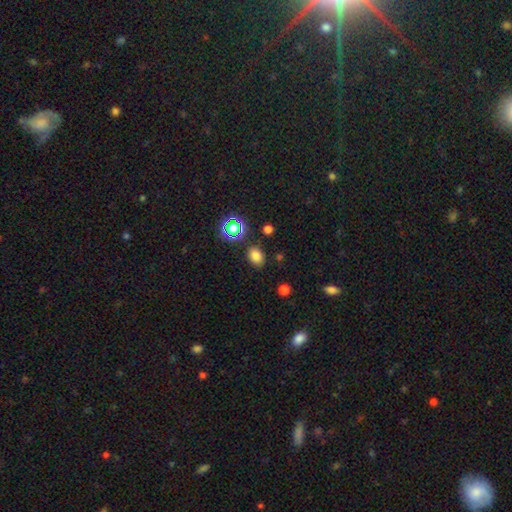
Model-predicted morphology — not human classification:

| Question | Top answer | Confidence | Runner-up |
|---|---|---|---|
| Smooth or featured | smooth | 77% | star or artifact (17%) |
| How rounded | in between | 68% | round (31%) |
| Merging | none | 83% | minor disturbance (11%) |